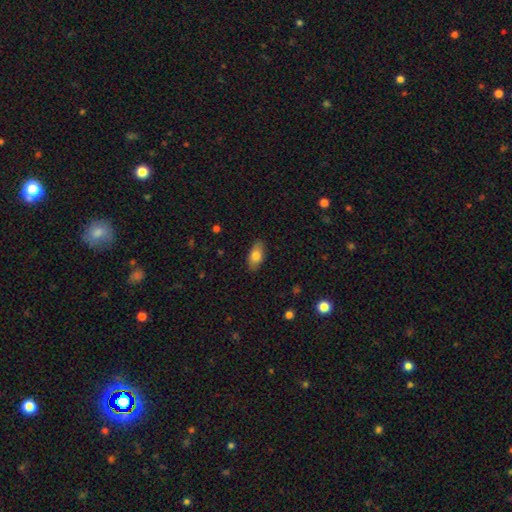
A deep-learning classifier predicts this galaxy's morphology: This is likely a smooth galaxy (78%). How rounded: clearly in between (88%). Merging: clearly none (87%).